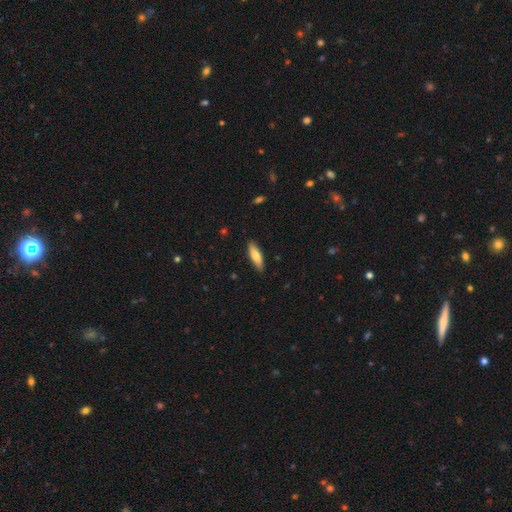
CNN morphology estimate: smooth_or_featured: smooth (p=0.74) [alt: featured or disk p=0.21]
how_rounded: cigar-shaped (p=0.55) [alt: in between p=0.44]
merging: none (p=0.87) [alt: minor disturbance p=0.11]